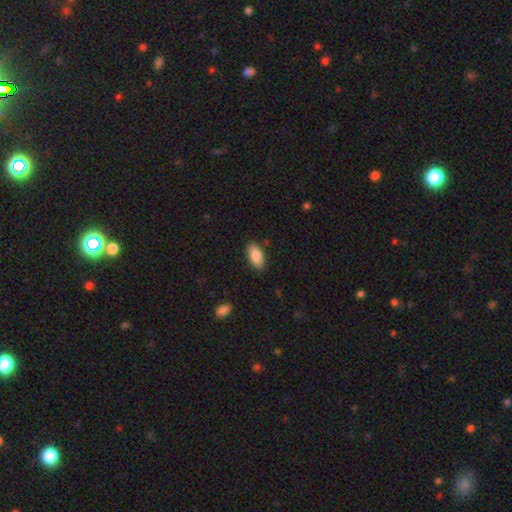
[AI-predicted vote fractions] This is clearly a smooth galaxy (85%). How rounded: clearly in between (92%). Merging: clearly none (86%).